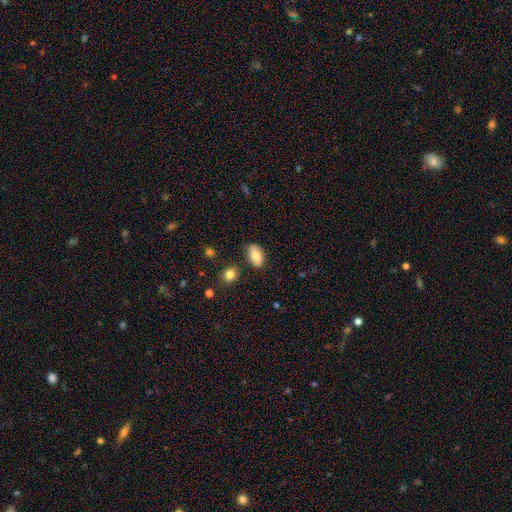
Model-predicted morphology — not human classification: Q: Smooth or featured?
A: smooth (82%); runner-up: featured or disk (10%)
Q: How rounded?
A: in between (92%); runner-up: round (5%)
Q: Merging?
A: none (82%); runner-up: minor disturbance (12%)